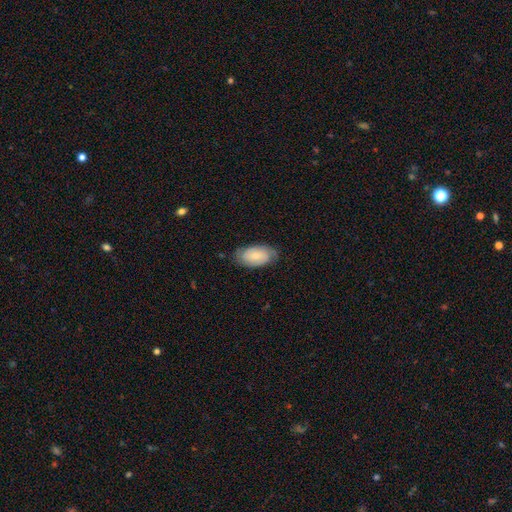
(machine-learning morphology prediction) type=smooth (62%); roundness=in between (94%); merging=none (75%).